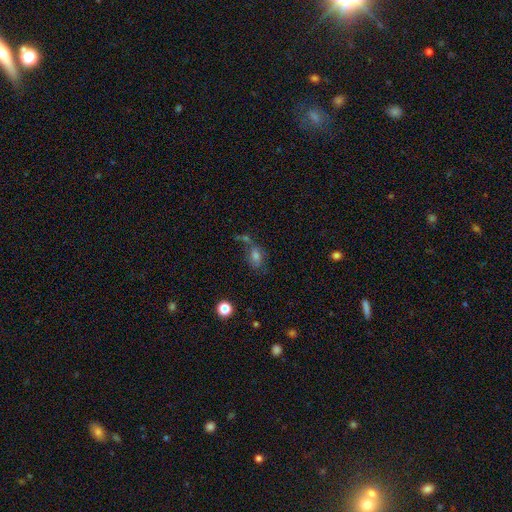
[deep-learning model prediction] Smooth or featured?
  - smooth: 57% *
  - featured or disk: 23%
  - star or artifact: 20%
How rounded?
  - in between: 72% *
  - round: 25%
  - cigar-shaped: 3%
Merging?
  - none: 50% *
  - minor disturbance: 20%
  - merger: 18%
  - major disturbance: 12%